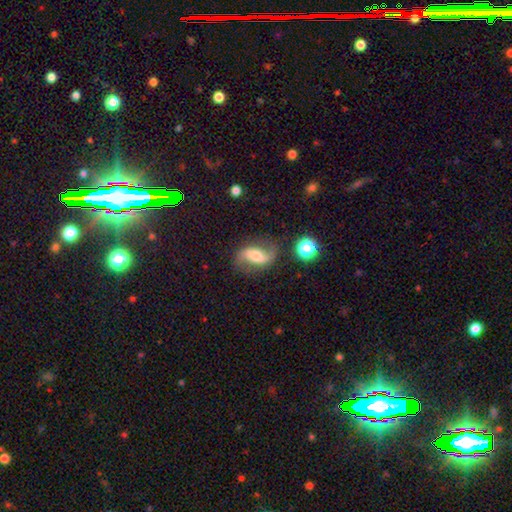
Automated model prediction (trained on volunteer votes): Smooth or featured: featured or disk — 67% (smooth — 24%)
Edge-on disk: no — 94% (yes — 6%)
Bar: weak — 35% (no — 34%)
Spiral arms: yes — 90% (no — 10%)
Spiral winding: loose — 73% (medium — 21%)
Spiral arm count: 2 — 90% (1 — 4%)
Bulge size: moderate — 41% (small — 32%)
Merging: none — 69% (minor disturbance — 18%)